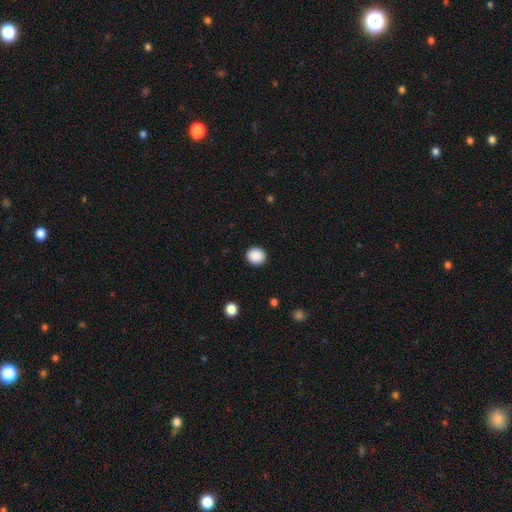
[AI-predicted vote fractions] Q: Smooth or featured?
A: smooth (89%); runner-up: star or artifact (9%)
Q: How rounded?
A: round (87%); runner-up: in between (12%)
Q: Merging?
A: none (92%); runner-up: minor disturbance (5%)